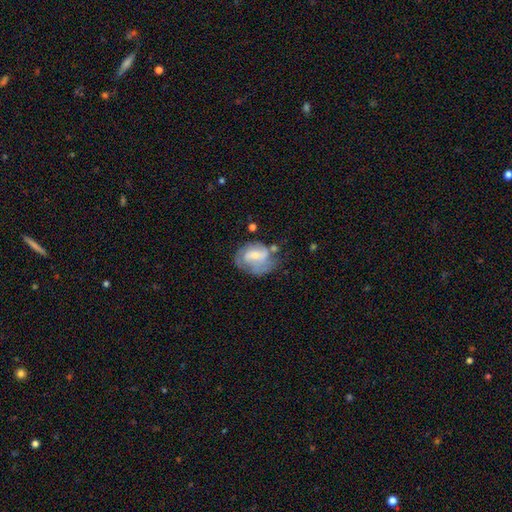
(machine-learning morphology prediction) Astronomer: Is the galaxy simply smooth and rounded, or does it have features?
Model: featured or disk — 59% (runner-up: smooth, 34%).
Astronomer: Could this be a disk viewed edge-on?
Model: no — 97%.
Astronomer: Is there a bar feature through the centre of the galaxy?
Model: weak — 47% (runner-up: no, 37%).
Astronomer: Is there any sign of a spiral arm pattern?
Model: yes — 72%.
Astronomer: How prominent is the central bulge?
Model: small — 48% (runner-up: moderate, 35%).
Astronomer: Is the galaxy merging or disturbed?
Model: none — 40% (runner-up: minor disturbance, 29%).